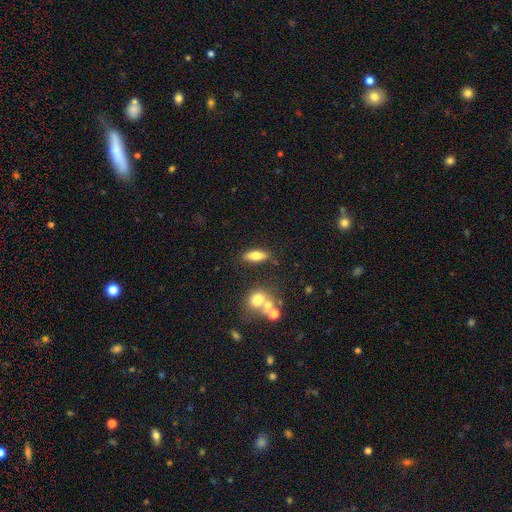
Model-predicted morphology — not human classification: This is likely a smooth galaxy (69%). How rounded: likely in between (64%). Merging: likely none (78%).